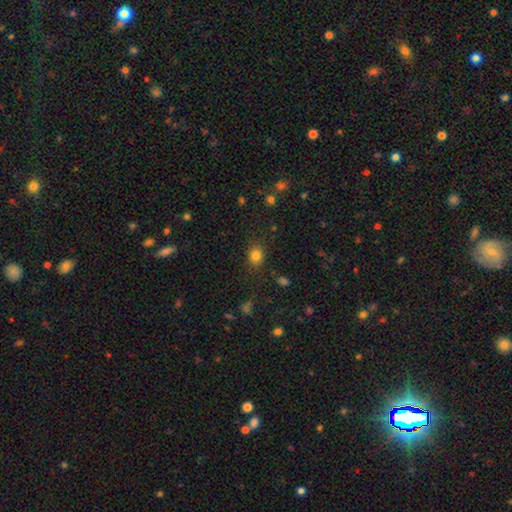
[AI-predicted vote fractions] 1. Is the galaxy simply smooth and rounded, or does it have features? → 81% smooth, 13% star or artifact, 6% featured or disk.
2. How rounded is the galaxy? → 63% round, 36% in between, 1% cigar-shaped.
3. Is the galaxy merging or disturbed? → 84% none, 11% minor disturbance, 4% major disturbance, 2% merger.